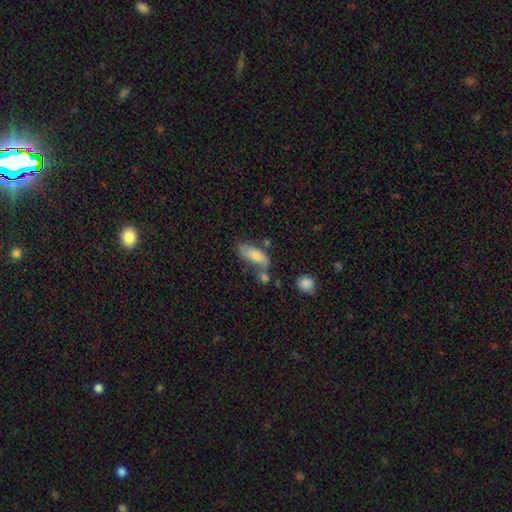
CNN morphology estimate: Smooth or featured: smooth — 73% (featured or disk — 20%)
How rounded: in between — 80% (cigar-shaped — 17%)
Merging: none — 43% (minor disturbance — 24%)